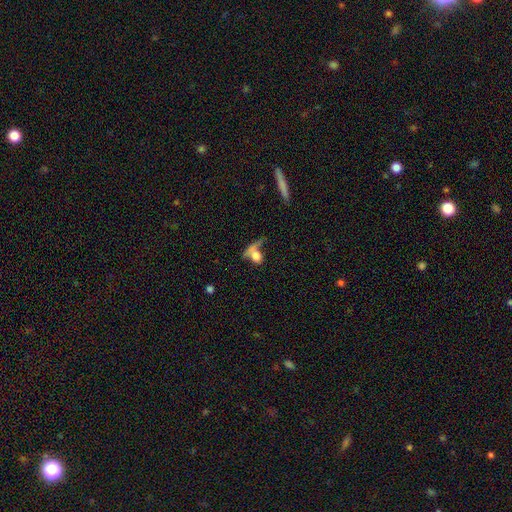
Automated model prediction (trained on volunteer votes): smooth_or_featured: smooth (p=0.69) [alt: featured or disk p=0.20]
how_rounded: round (p=0.52) [alt: in between p=0.37]
merging: merger (p=0.34) [alt: none p=0.33]